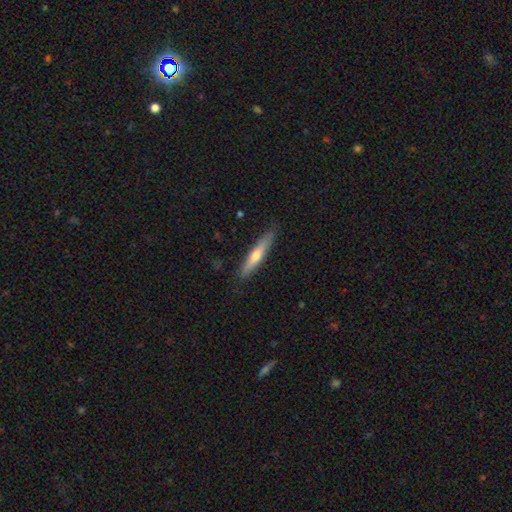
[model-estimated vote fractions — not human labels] smooth_or_featured: smooth (p=0.55) [alt: featured or disk p=0.40]
how_rounded: cigar-shaped (p=0.89) [alt: in between p=0.10]
merging: none (p=0.86) [alt: minor disturbance p=0.11]